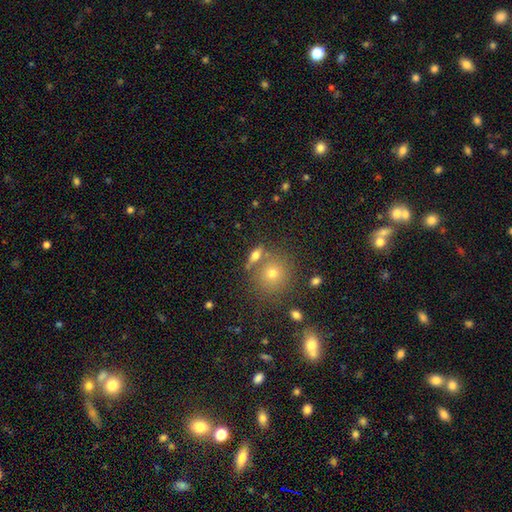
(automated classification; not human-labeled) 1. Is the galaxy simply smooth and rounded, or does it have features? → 59% smooth, 28% featured or disk, 13% star or artifact.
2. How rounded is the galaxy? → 52% in between, 26% round, 22% cigar-shaped.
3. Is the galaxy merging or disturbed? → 67% none, 17% merger, 11% minor disturbance, 5% major disturbance.